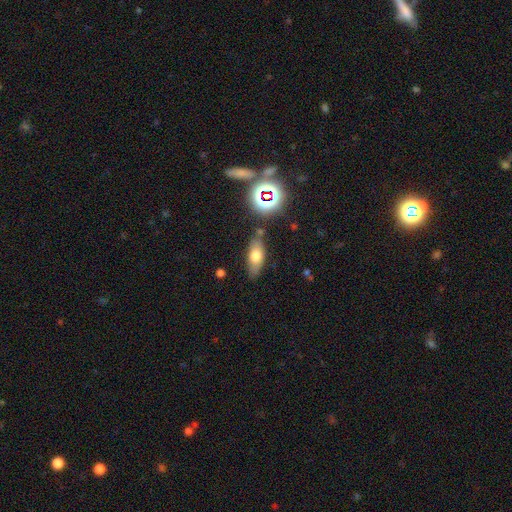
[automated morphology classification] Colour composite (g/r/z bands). It shows a smooth galaxy with no disk features (67%) that is in between round and cigar-shaped (77%). Merging: none (78%).